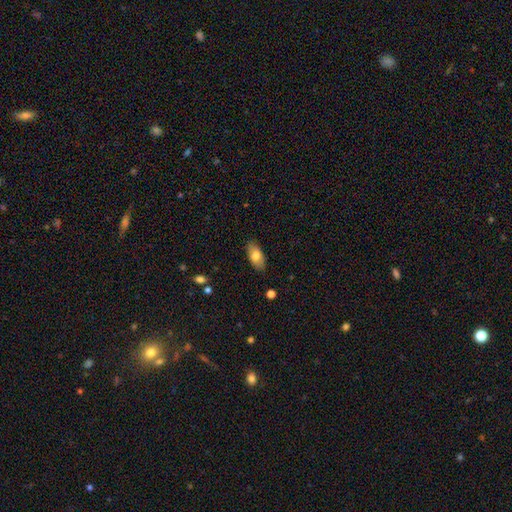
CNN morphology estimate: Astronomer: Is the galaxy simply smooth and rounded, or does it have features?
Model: smooth — 78%.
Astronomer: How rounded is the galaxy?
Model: in between — 89%.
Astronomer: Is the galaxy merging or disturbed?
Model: none — 87%.